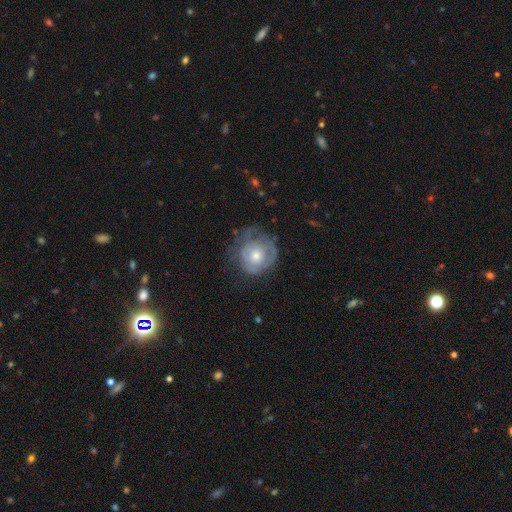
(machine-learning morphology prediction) type=featured or disk (62%); edge-on=no (97%); bar=no (84%); spiral arms=yes (64%); bulge=moderate (62%); merging=none (55%).